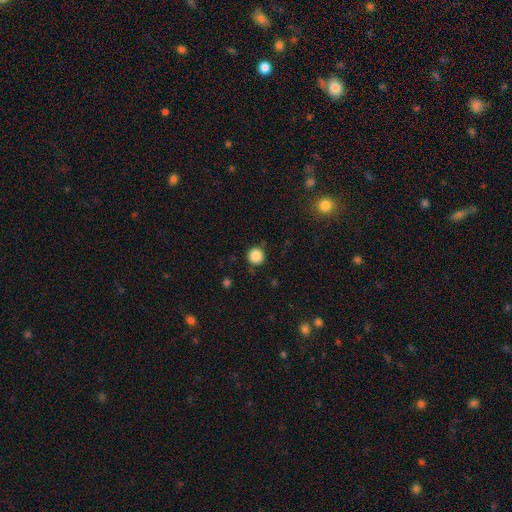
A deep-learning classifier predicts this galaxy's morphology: smooth 87%, star or artifact 10%, featured or disk 3%. Down the decision tree: how rounded — round (95%); merging — none (89%).